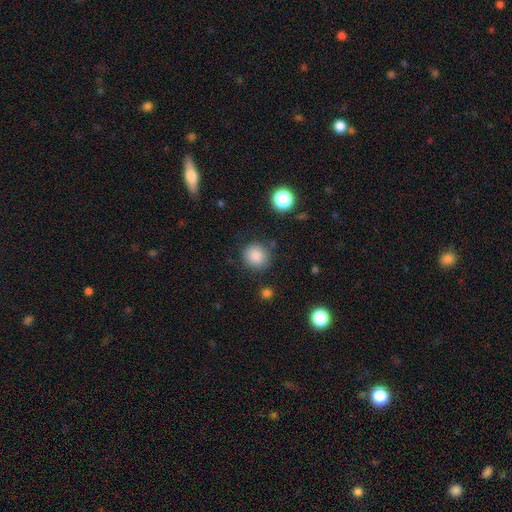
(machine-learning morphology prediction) This appears to be a smooth galaxy with no disk features (85%) that is round (90%). Merging: none (84%).